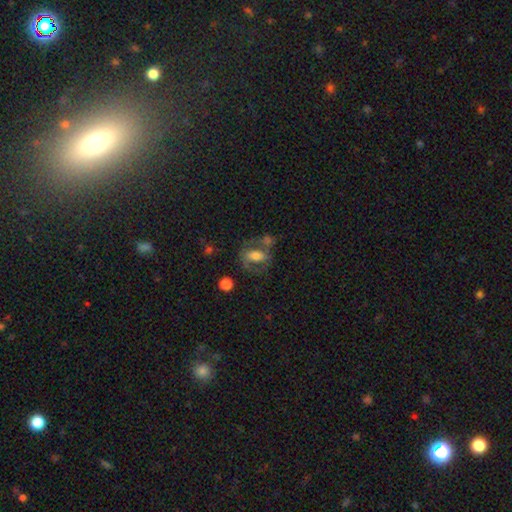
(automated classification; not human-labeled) Smooth or featured? Predicted: smooth (p=0.48). Merging? Predicted: none (p=0.44).